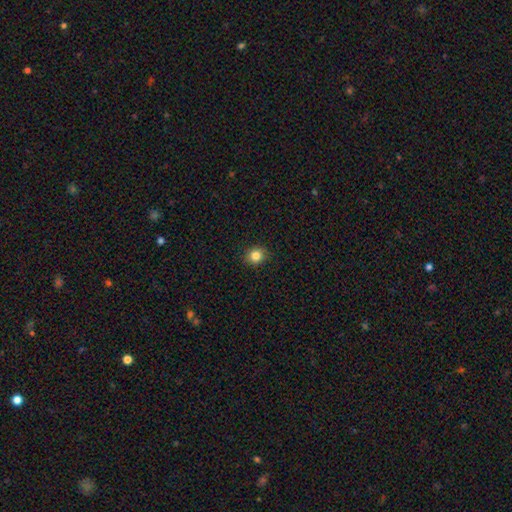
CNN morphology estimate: Smooth or featured? smooth (83%)
How rounded? round (81%)
Merging? none (91%)